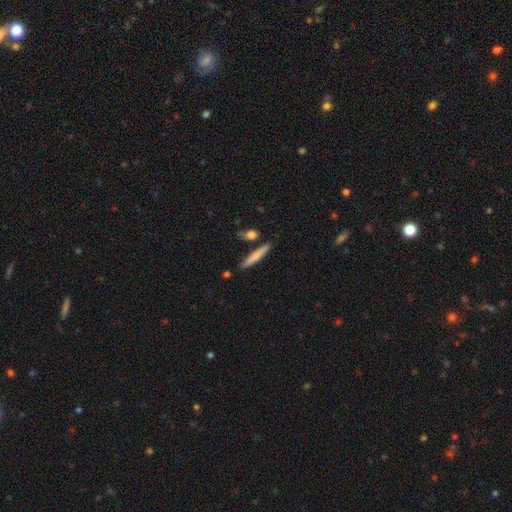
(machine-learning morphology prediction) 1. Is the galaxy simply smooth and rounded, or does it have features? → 69% smooth, 26% featured or disk, 6% star or artifact.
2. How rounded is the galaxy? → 91% cigar-shaped, 7% in between, 2% round.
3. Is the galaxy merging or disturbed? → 81% none, 11% minor disturbance, 5% merger, 2% major disturbance.